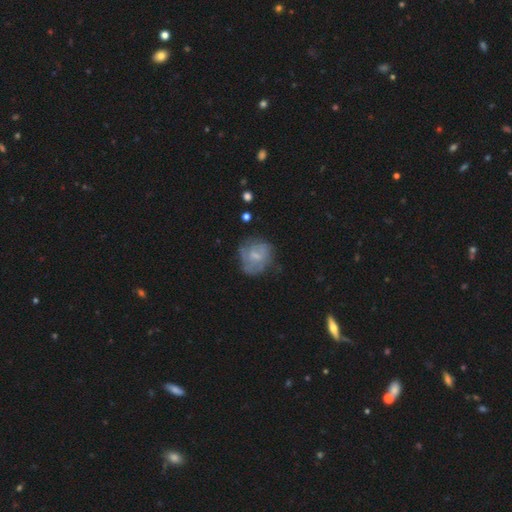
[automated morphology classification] Q: Smooth or featured?
A: featured or disk (50%); runner-up: smooth (41%)
Q: Edge-on disk?
A: no (97%); runner-up: yes (3%)
Q: Merging?
A: none (51%); runner-up: minor disturbance (27%)